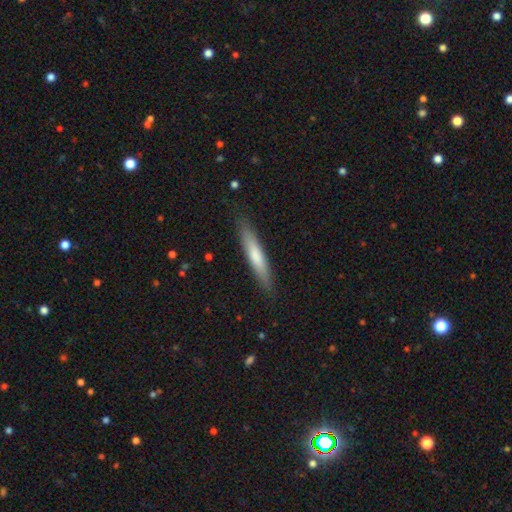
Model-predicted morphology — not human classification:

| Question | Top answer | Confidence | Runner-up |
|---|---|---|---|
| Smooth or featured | smooth | 70% | featured or disk (25%) |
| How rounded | cigar-shaped | 89% | in between (9%) |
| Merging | none | 87% | minor disturbance (10%) |